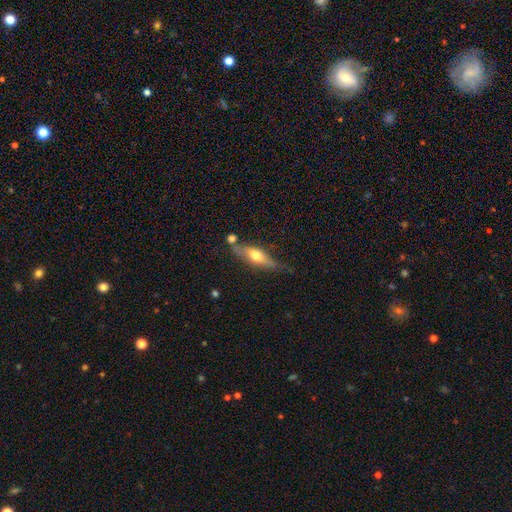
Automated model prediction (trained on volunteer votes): The model was most divided on "smooth or featured": featured or disk: 51%, smooth: 42%, star or artifact: 7%. More confident: edge-on disk — yes (80%); merging — none (61%).